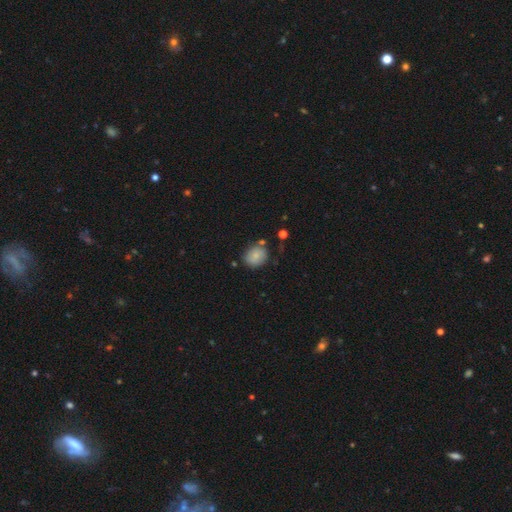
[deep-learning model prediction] Q: Smooth or featured?
A: smooth (80%); runner-up: featured or disk (11%)
Q: How rounded?
A: round (64%); runner-up: in between (35%)
Q: Merging?
A: none (73%); runner-up: minor disturbance (17%)